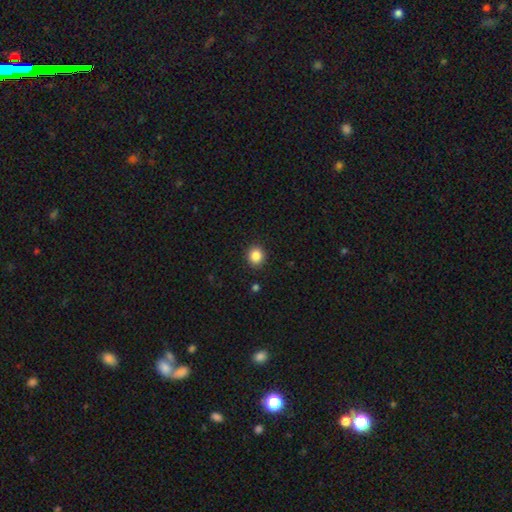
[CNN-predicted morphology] smooth_or_featured: smooth (p=0.86) [alt: star or artifact p=0.10]
how_rounded: round (p=0.86) [alt: in between p=0.13]
merging: none (p=0.92) [alt: minor disturbance p=0.05]